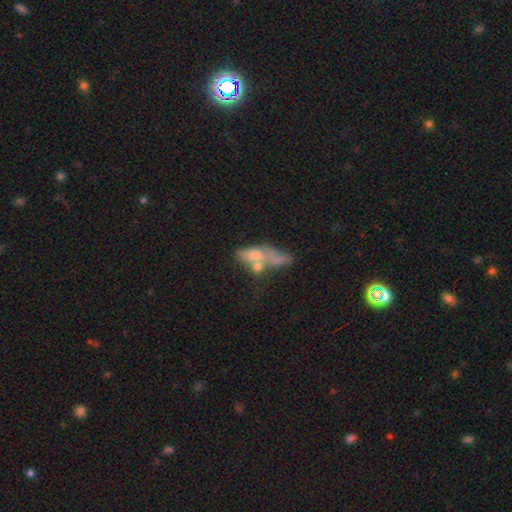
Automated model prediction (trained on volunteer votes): smooth_or_featured: smooth (p=0.46) [alt: featured or disk p=0.41]
merging: merger (p=0.40) [alt: none p=0.25]